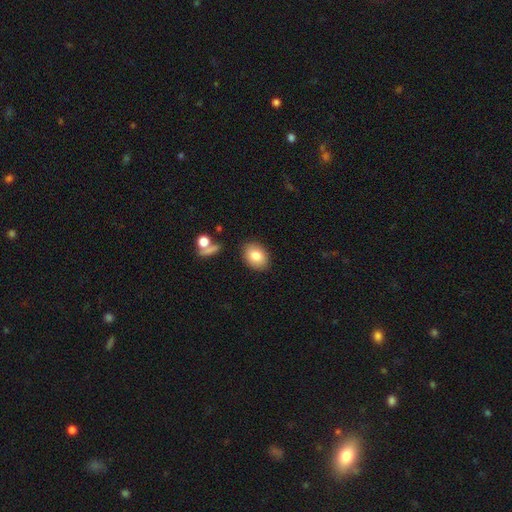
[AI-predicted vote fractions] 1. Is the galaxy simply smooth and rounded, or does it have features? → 81% smooth, 10% featured or disk, 8% star or artifact.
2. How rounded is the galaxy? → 72% in between, 26% round, 1% cigar-shaped.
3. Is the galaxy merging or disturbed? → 85% none, 10% minor disturbance, 3% merger, 3% major disturbance.